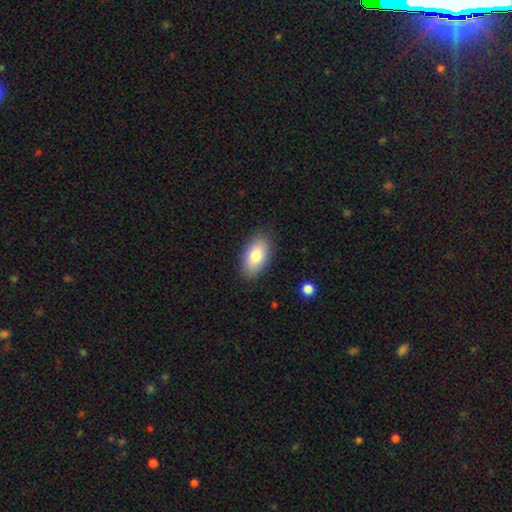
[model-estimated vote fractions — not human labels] Smooth or featured? Predicted: smooth (p=0.81). How rounded? Predicted: in between (p=0.94). Merging? Predicted: none (p=0.86).